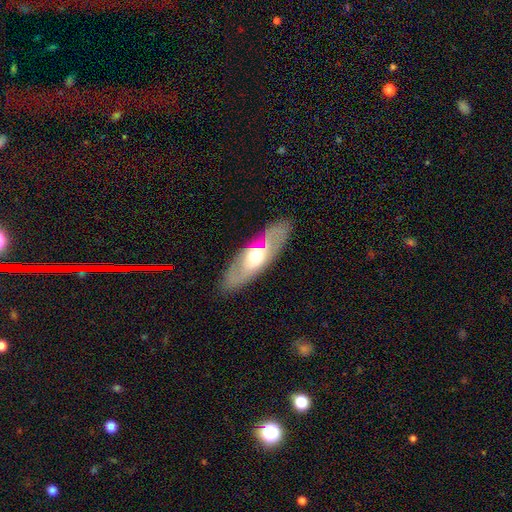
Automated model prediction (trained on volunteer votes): Smooth or featured: featured or disk — 58% (smooth — 35%)
Edge-on disk: no — 69% (yes — 31%)
Merging: none — 82% (minor disturbance — 12%)